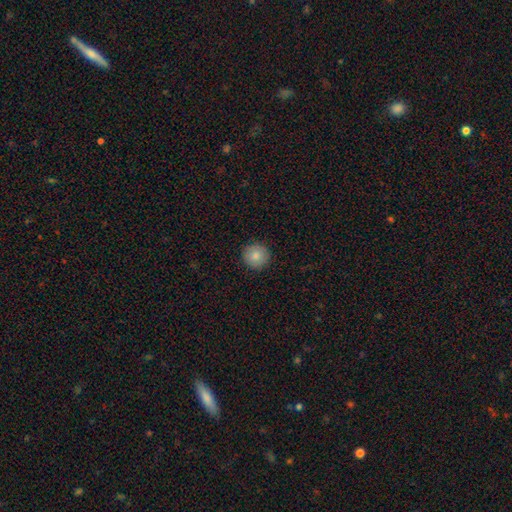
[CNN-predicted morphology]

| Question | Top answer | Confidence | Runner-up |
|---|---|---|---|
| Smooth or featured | smooth | 84% | star or artifact (9%) |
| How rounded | round | 95% | in between (4%) |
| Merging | none | 92% | minor disturbance (5%) |